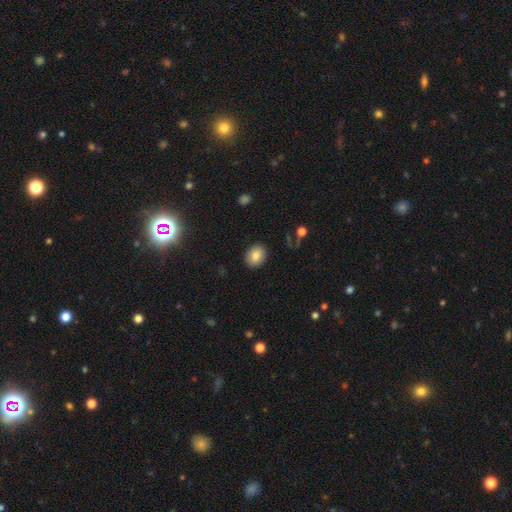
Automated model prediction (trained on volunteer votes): Q: Smooth or featured?
A: smooth (83%); runner-up: star or artifact (9%)
Q: How rounded?
A: in between (56%); runner-up: round (43%)
Q: Merging?
A: none (89%); runner-up: minor disturbance (8%)